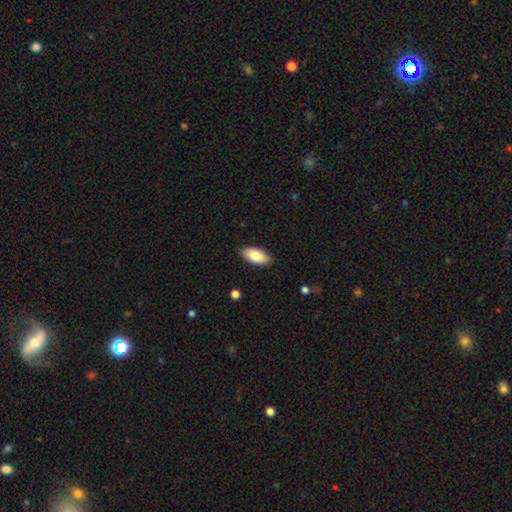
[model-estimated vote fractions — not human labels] A smooth galaxy with no disk features (86%) that is in between round and cigar-shaped (91%).

Vote fractions:
- Smooth or featured? smooth: 86% / featured or disk: 8% / star or artifact: 6%
- How rounded? in between: 91% / cigar-shaped: 7% / round: 2%
- Merging? none: 88% / minor disturbance: 9% / major disturbance: 2% / merger: 1%